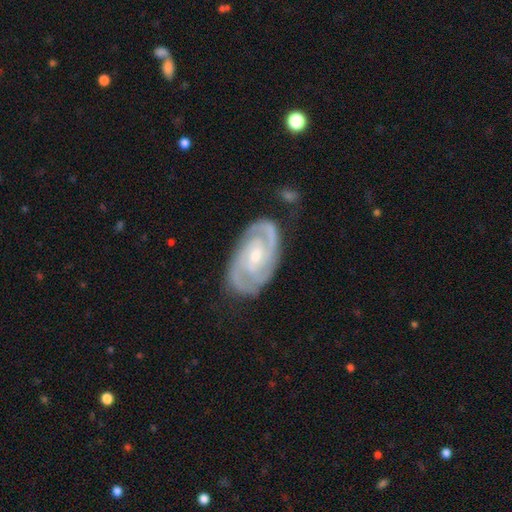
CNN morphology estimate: Overall: featured or disk (90%). Edge-on disk: no (96%). Bar: no (44%; weak 43%). Spiral arms: yes (98%). Spiral arm count: 2 (71%). Spiral winding: tight (60%; medium 35%). Bulge size: small (53%; moderate 43%). Merging: none (80%).